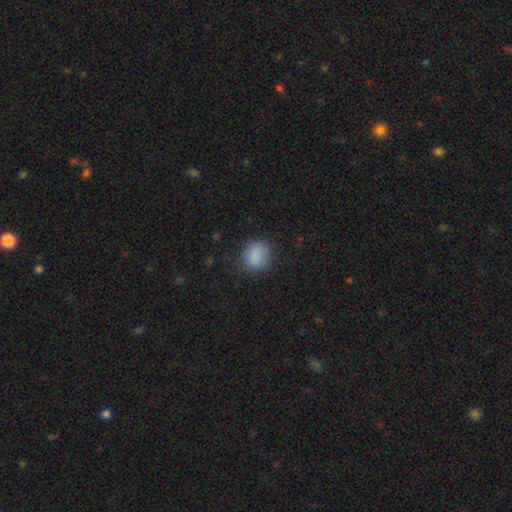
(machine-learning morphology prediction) Smooth or featured? smooth (85%)
How rounded? round (69%)
Merging? none (78%)